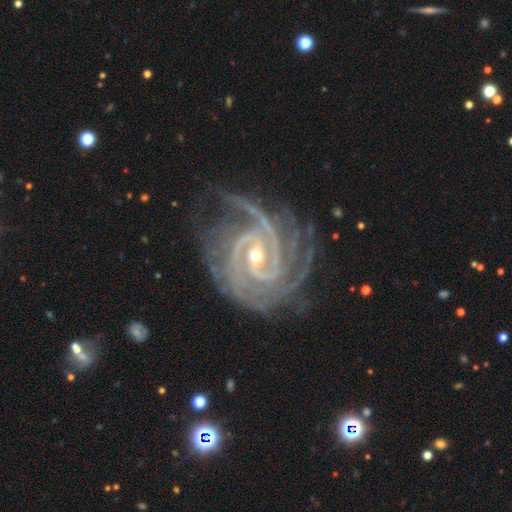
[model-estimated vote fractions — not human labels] Smooth or featured? featured or disk (93%)
Edge-on disk? no (98%)
Bar? weak (41%)
Spiral arms? yes (99%)
Spiral winding? tight (76%)
Spiral arm count? 3 (26%)
Bulge size? small (59%)
Merging? none (71%)